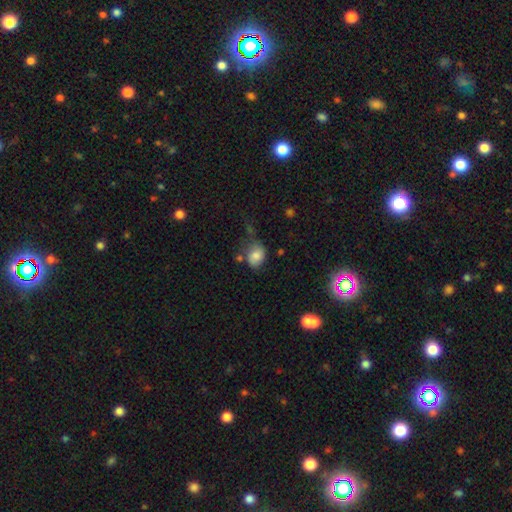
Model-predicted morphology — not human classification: Q: Smooth or featured?
A: smooth (79%); runner-up: featured or disk (12%)
Q: How rounded?
A: in between (55%); runner-up: round (44%)
Q: Merging?
A: none (51%); runner-up: minor disturbance (28%)